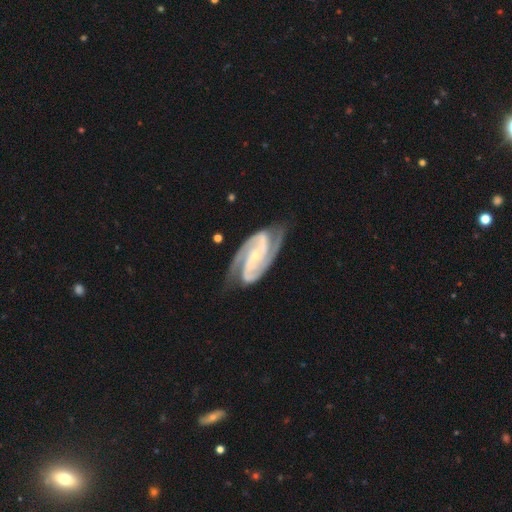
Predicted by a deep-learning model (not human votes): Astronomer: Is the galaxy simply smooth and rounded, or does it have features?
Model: featured or disk — 93%.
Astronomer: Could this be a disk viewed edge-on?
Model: no — 97%.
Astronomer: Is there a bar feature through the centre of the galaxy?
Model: no — 35% (runner-up: strong, 34%).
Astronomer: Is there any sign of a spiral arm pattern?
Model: yes — 99%.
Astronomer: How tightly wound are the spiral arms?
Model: medium — 48% (runner-up: tight, 44%).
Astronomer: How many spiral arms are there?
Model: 2 — 81%.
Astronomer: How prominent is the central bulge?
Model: small — 77%.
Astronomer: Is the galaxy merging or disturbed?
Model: none — 76%.